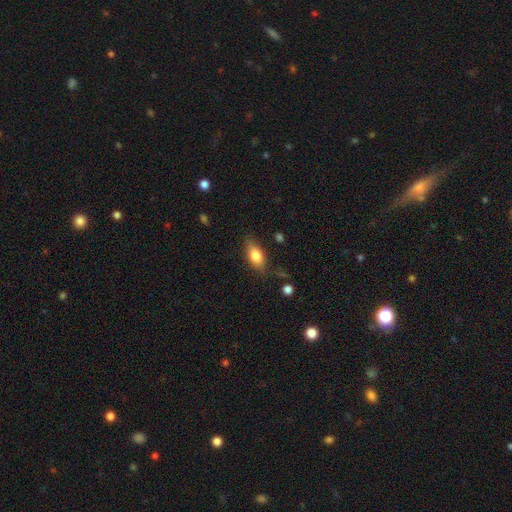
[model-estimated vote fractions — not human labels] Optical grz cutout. It shows a smooth galaxy with no disk features (80%) that is in between round and cigar-shaped (86%). Merging: none (76%).